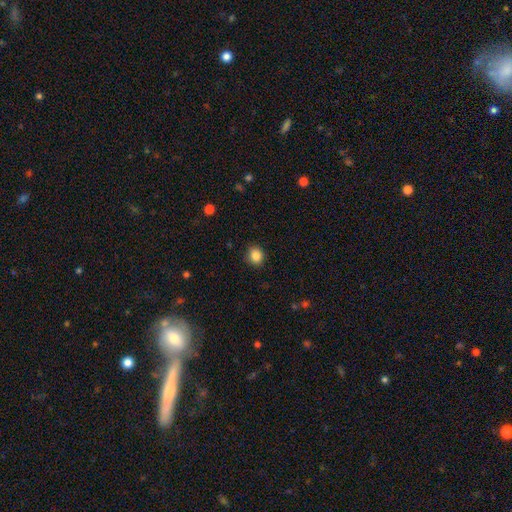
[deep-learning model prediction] Smooth or featured? Predicted: smooth (p=0.86). How rounded? Predicted: round (p=0.79). Merging? Predicted: none (p=0.89).